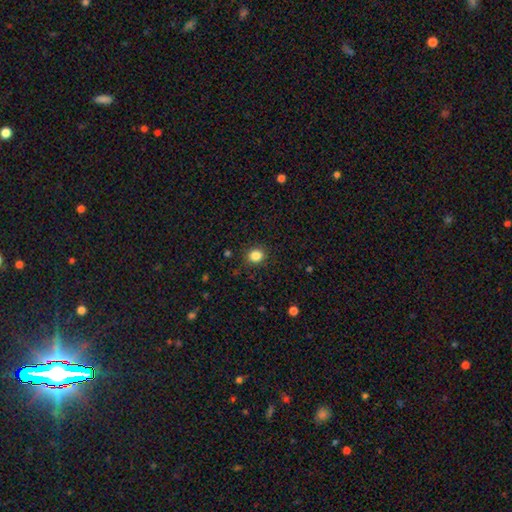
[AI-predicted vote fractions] The model was most divided on "how rounded": round: 76%, in between: 23%, cigar-shaped: 1%. More confident: merging — none (89%); smooth or featured — smooth (85%).